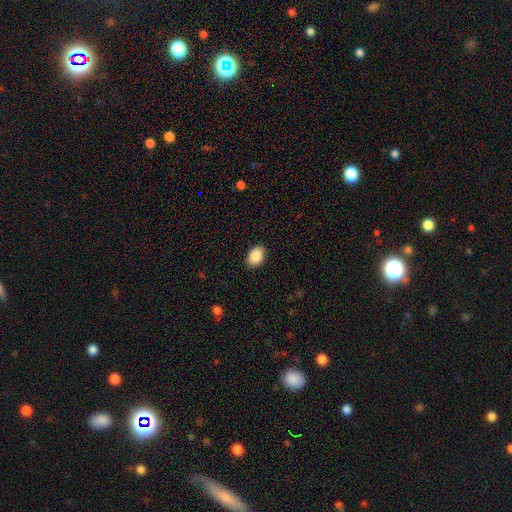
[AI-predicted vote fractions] smooth 88%, star or artifact 7%, featured or disk 5%. Down the decision tree: how rounded — in between (82%); merging — none (89%).